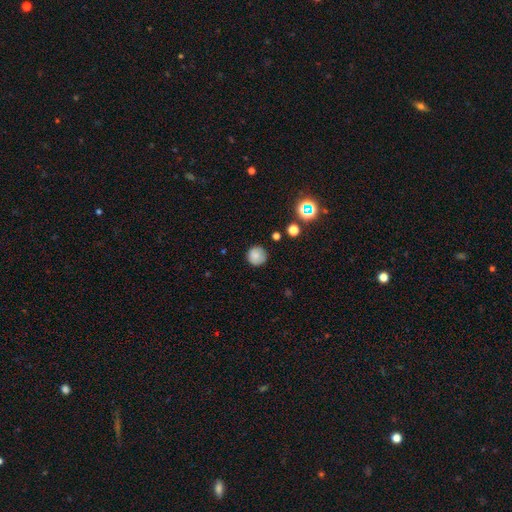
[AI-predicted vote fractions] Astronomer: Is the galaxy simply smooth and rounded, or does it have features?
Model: smooth — 82%.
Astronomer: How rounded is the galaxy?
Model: round — 95%.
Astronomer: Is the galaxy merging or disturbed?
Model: none — 86%.